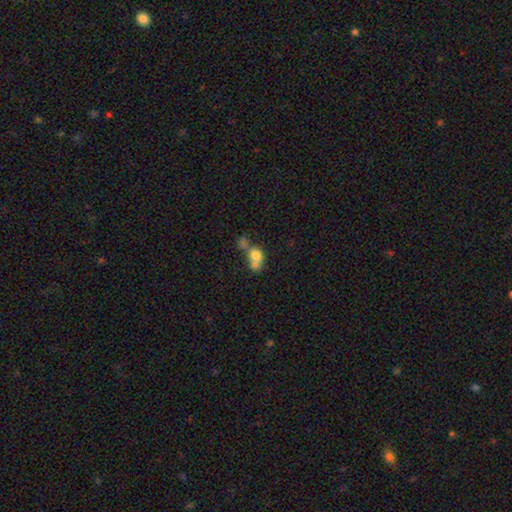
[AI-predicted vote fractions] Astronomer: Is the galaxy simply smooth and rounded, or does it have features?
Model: smooth — 68%.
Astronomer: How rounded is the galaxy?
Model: round — 60% (runner-up: in between, 38%).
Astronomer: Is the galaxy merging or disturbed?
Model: merger — 66%.